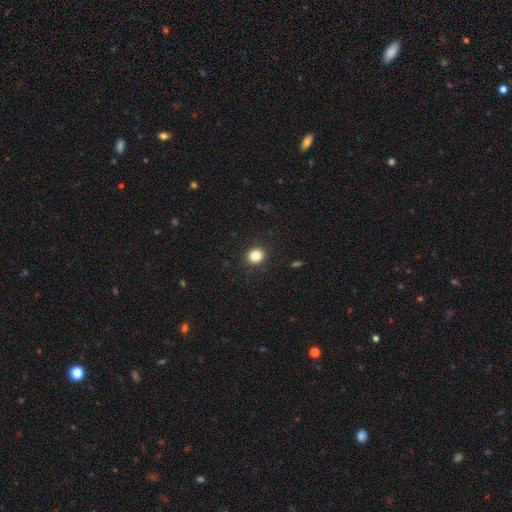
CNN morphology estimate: Smooth or featured: smooth — 84% (star or artifact — 11%)
How rounded: round — 83% (in between — 16%)
Merging: none — 90% (minor disturbance — 6%)